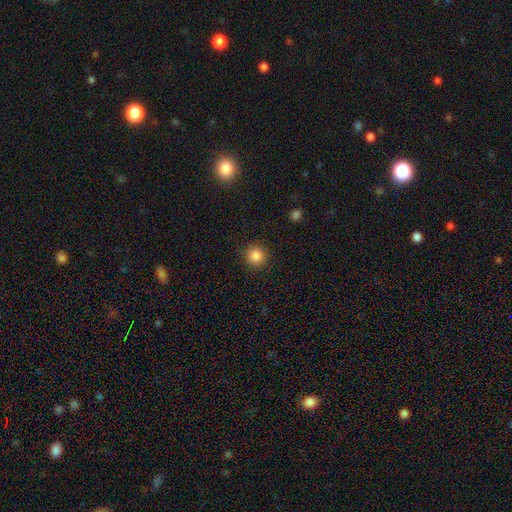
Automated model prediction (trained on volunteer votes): Smooth or featured? smooth (86%)
How rounded? round (94%)
Merging? none (91%)